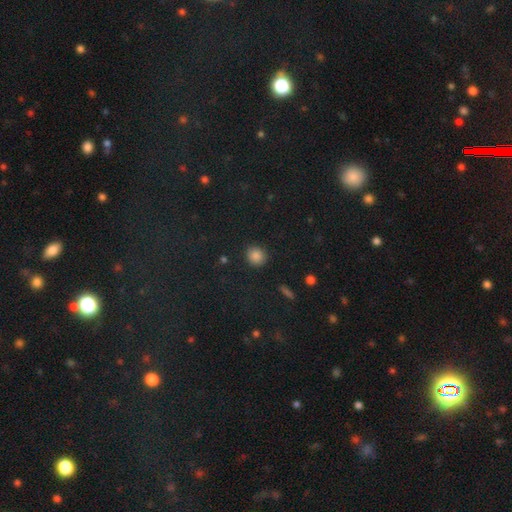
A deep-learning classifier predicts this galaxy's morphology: This is clearly a smooth galaxy (85%). How rounded: clearly round (86%). Merging: clearly none (89%).